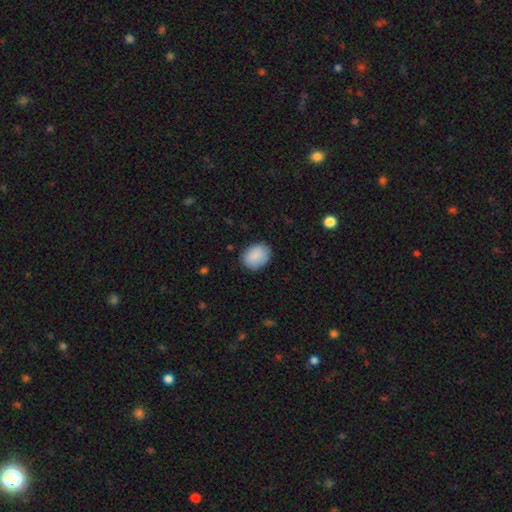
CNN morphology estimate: smooth 88%, star or artifact 7%, featured or disk 5%. Down the decision tree: how rounded — in between (57%); merging — none (84%).